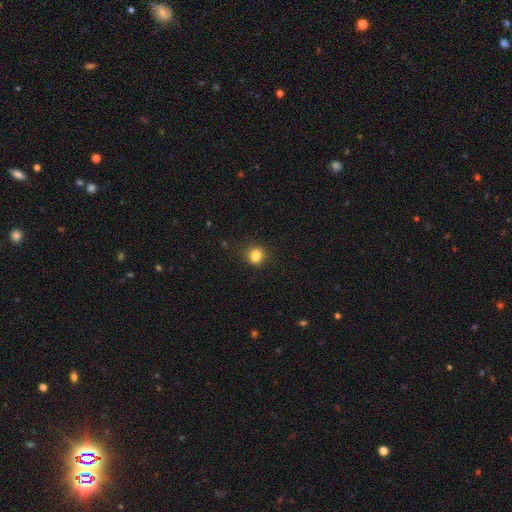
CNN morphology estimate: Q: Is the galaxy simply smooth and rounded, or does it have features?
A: smooth — 83%.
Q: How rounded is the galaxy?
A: round — 71%.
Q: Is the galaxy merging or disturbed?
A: none — 72%.